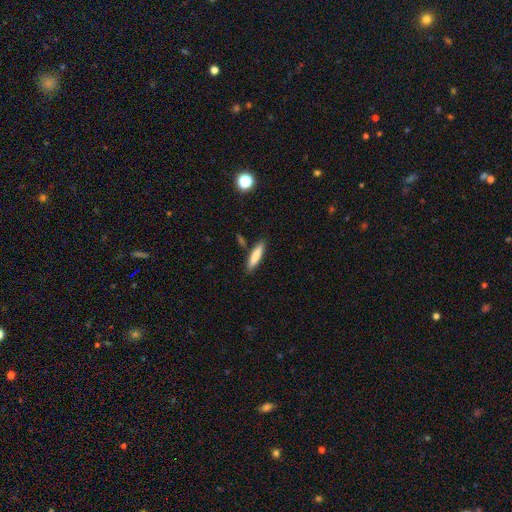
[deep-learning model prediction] Smooth or featured?
  - smooth: 79% *
  - featured or disk: 14%
  - star or artifact: 6%
How rounded?
  - cigar-shaped: 81% *
  - in between: 17%
  - round: 1%
Merging?
  - none: 85% *
  - minor disturbance: 9%
  - merger: 3%
  - major disturbance: 2%